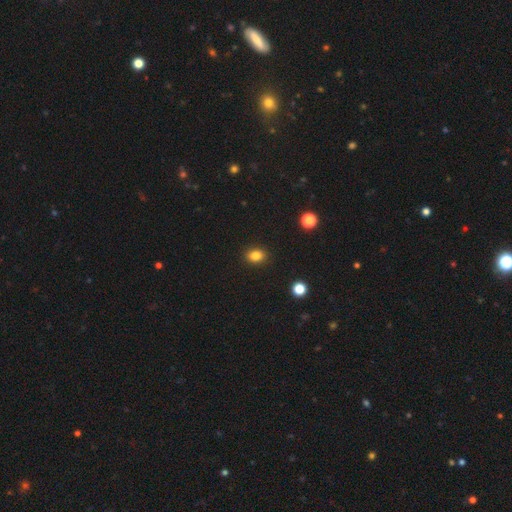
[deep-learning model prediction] Morphology: type=smooth (83%); roundness=in between (53%); merging=none (90%).